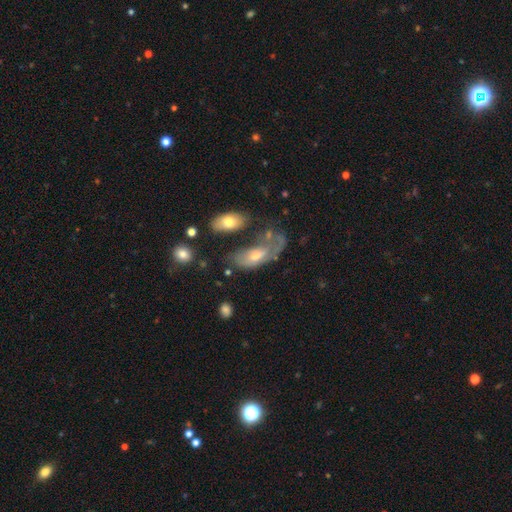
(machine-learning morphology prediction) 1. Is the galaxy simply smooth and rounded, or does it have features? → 49% featured or disk, 42% smooth, 9% star or artifact.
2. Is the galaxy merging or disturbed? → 38% major disturbance, 25% none, 21% minor disturbance, 16% merger.